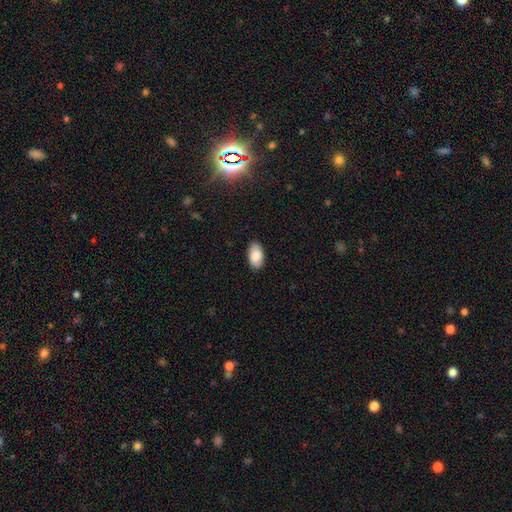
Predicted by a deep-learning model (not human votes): This appears to be a smooth galaxy with no disk features (87%) that is in between round and cigar-shaped (95%). Merging: none (87%).